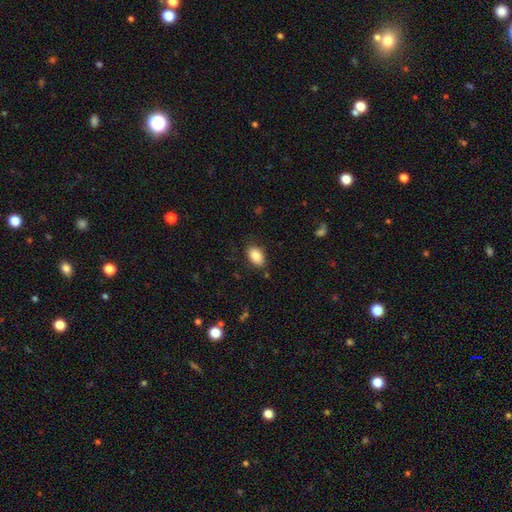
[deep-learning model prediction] This is clearly a smooth galaxy (86%). How rounded: clearly in between (90%). Merging: clearly none (83%).